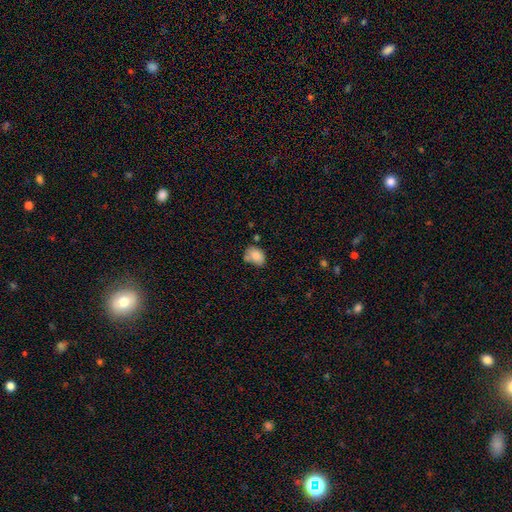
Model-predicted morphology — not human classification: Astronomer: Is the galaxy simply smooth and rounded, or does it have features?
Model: smooth — 82%.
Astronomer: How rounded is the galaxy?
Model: in between — 71%.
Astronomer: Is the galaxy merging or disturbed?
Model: none — 49% (runner-up: minor disturbance, 26%).